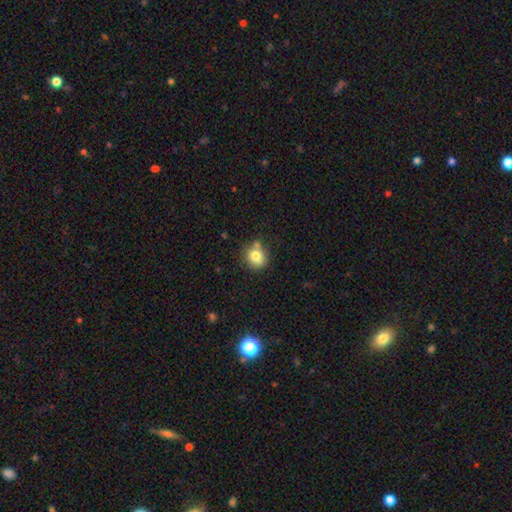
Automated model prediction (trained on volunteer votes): This is likely a smooth galaxy (77%). How rounded: likely round (80%). Merging: likely none (64%).